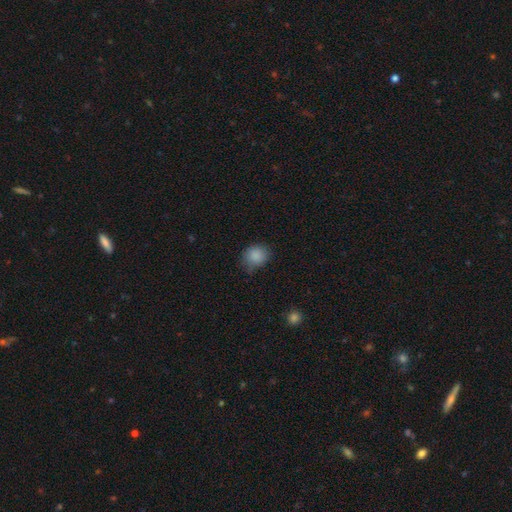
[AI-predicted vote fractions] Q: Smooth or featured?
A: smooth (87%); runner-up: star or artifact (9%)
Q: How rounded?
A: round (71%); runner-up: in between (28%)
Q: Merging?
A: none (69%); runner-up: minor disturbance (25%)